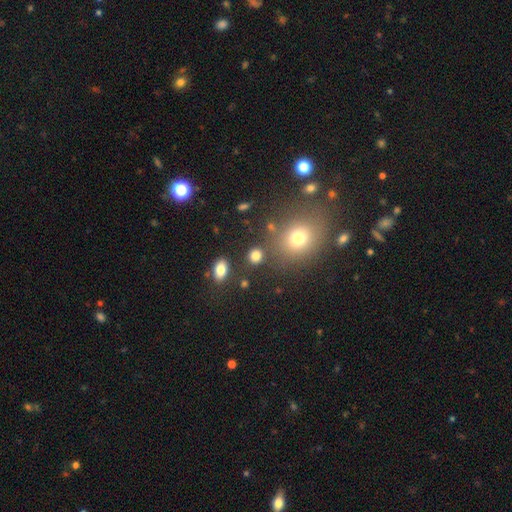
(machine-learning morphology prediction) This is likely a smooth galaxy (79%). How rounded: likely round (66%). Merging: likely none (79%).